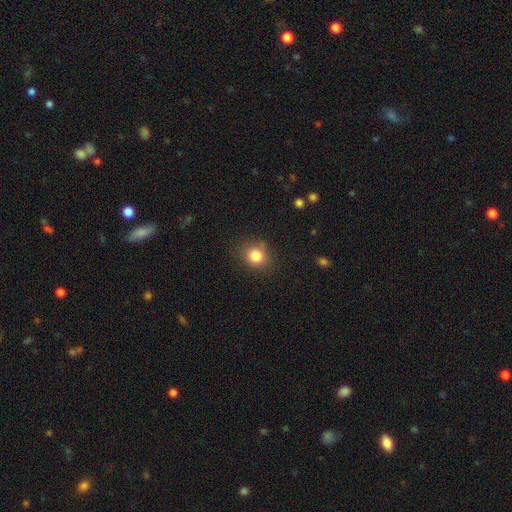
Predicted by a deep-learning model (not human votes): Smooth or featured? smooth (83%)
How rounded? round (77%)
Merging? none (79%)